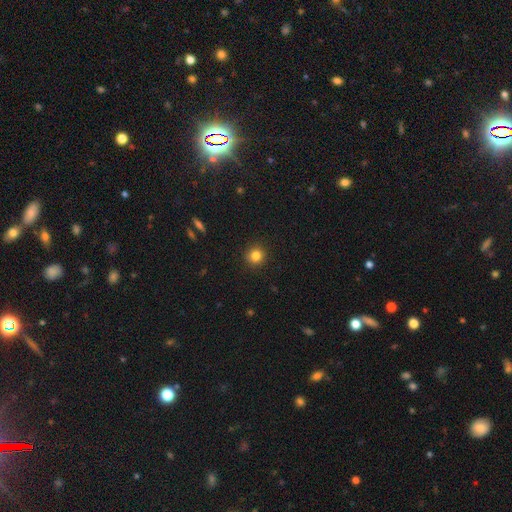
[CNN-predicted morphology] Smooth or featured: smooth — 83% (star or artifact — 12%)
How rounded: round — 93% (in between — 6%)
Merging: none — 92% (minor disturbance — 5%)